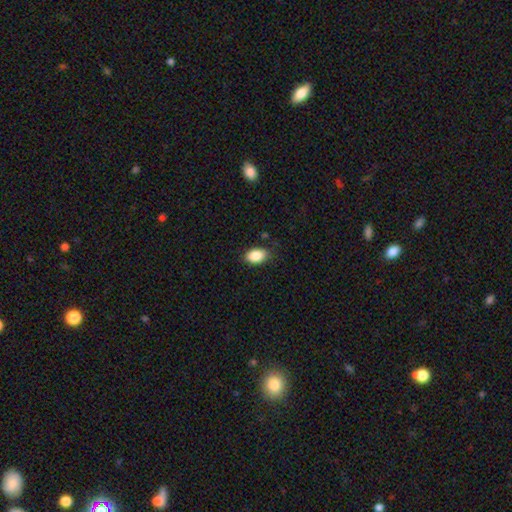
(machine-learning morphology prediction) A smooth galaxy with no disk features (88%) that is in between round and cigar-shaped (88%).

Vote fractions:
- Smooth or featured? smooth: 88% / star or artifact: 8% / featured or disk: 5%
- How rounded? in between: 88% / round: 10% / cigar-shaped: 1%
- Merging? none: 84% / minor disturbance: 13% / major disturbance: 3% / merger: 1%